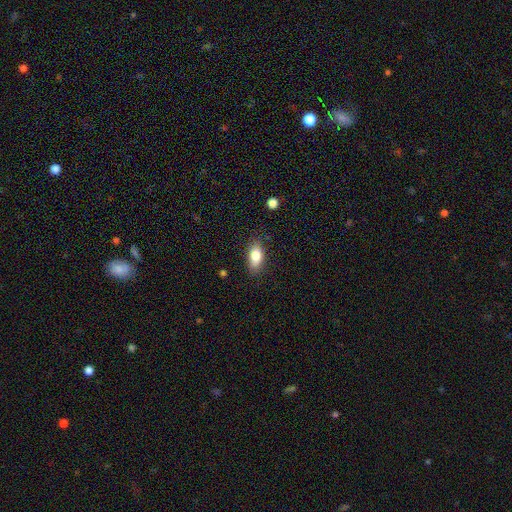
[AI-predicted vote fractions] Morphology: type=smooth (81%); roundness=in between (87%); merging=none (81%).